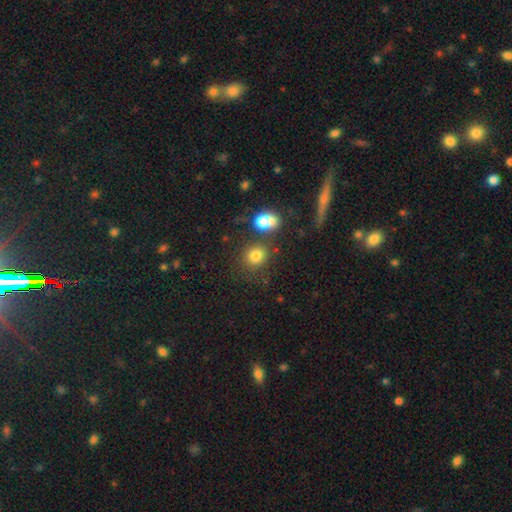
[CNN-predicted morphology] The model was most divided on "how rounded": round: 76%, in between: 23%, cigar-shaped: 1%. More confident: smooth or featured — smooth (78%); merging — none (70%).